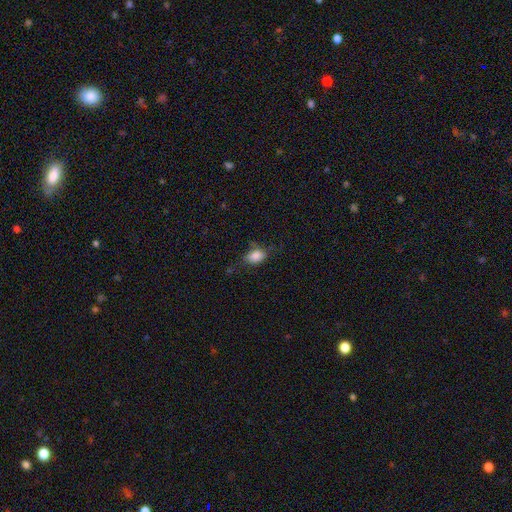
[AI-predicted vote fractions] The model was most divided on "merging": none: 56%, minor disturbance: 30%, major disturbance: 12%, merger: 3%. More confident: smooth or featured — smooth (82%); how rounded — in between (75%).